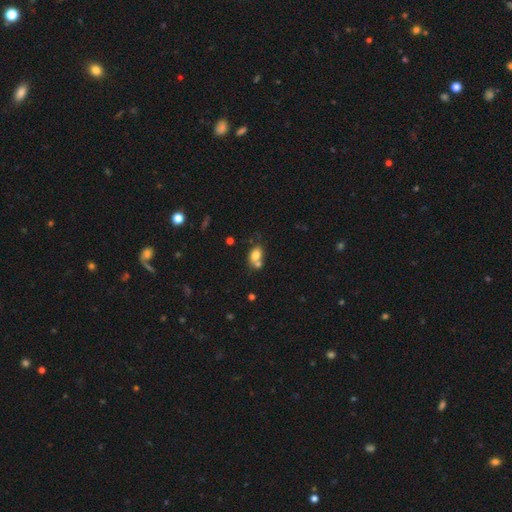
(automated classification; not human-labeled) The model was most divided on "merging": merger: 46%, none: 36%, minor disturbance: 13%, major disturbance: 5%. More confident: smooth or featured — smooth (76%); how rounded — in between (70%).